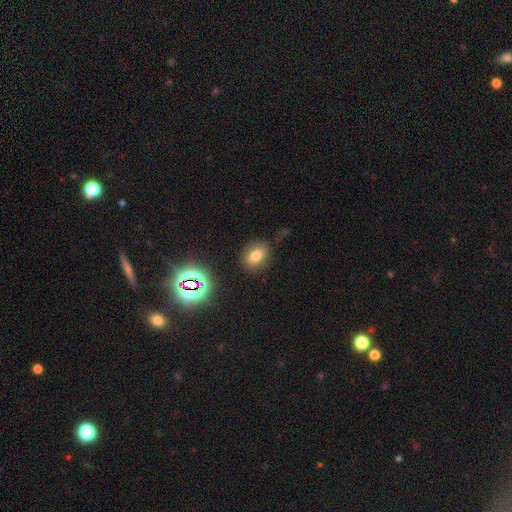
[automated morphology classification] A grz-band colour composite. It shows a smooth galaxy with no disk features (71%) that is in between round and cigar-shaped (69%). Merging: none (77%).